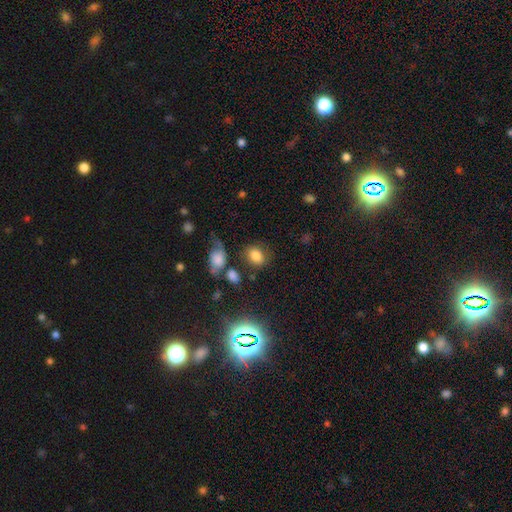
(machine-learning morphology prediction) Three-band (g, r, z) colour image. It shows a smooth galaxy with no disk features (80%) that is in between round and cigar-shaped (60%). Merging: none (71%).